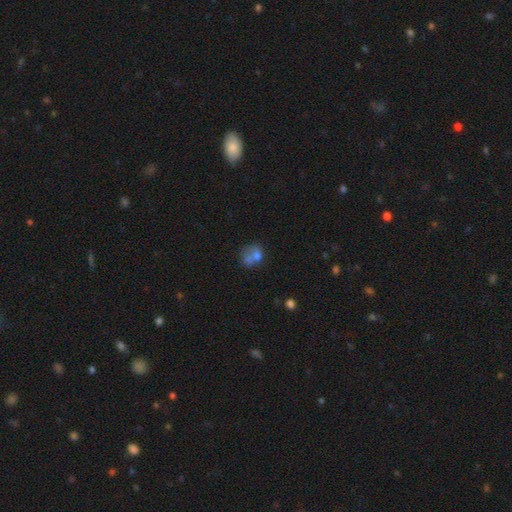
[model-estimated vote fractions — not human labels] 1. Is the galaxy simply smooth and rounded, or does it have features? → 62% smooth, 25% featured or disk, 13% star or artifact.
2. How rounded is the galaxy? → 56% round, 43% in between, 1% cigar-shaped.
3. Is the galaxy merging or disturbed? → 46% merger, 29% none, 13% minor disturbance, 11% major disturbance.